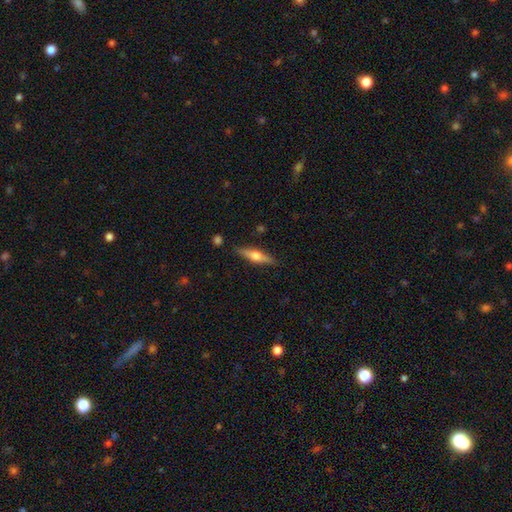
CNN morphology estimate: Overall: featured or disk (54%; smooth 40%). Edge-on disk: yes (95%). Edge-on bulge: rounded (92%). Merging: none (87%).